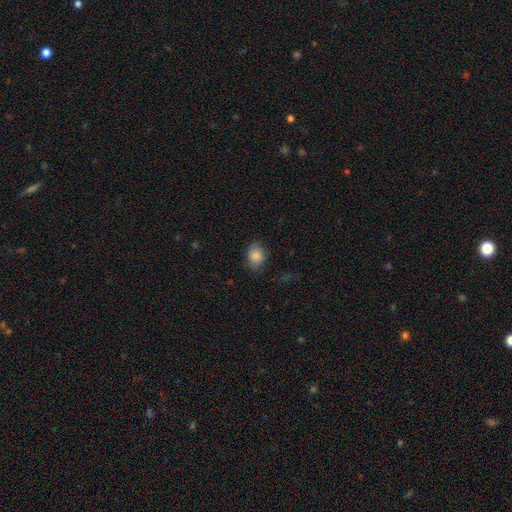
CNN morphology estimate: This is clearly a smooth galaxy (86%). How rounded: likely in between (62%). Merging: likely none (78%).